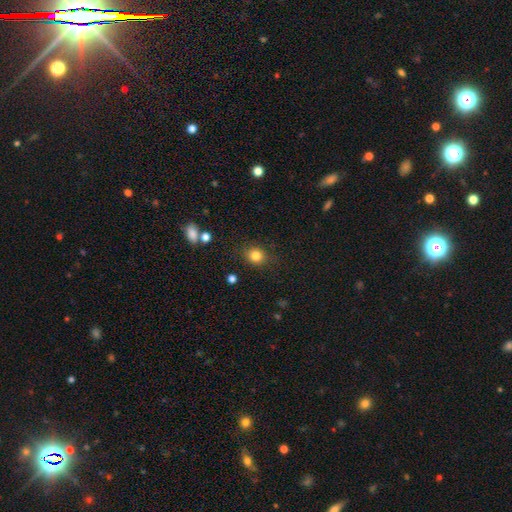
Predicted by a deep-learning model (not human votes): This appears to be a smooth galaxy with no disk features (83%) that is round (76%). Merging: none (85%).